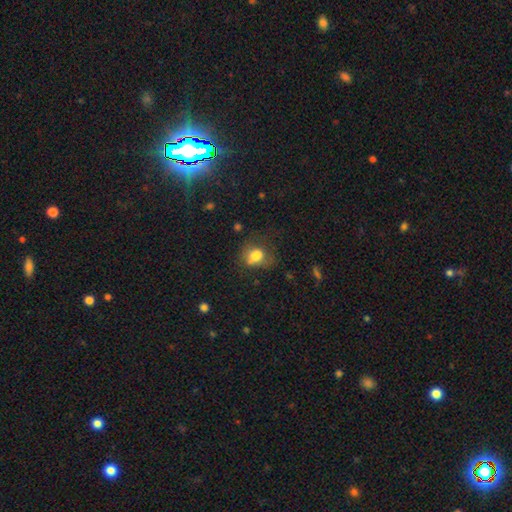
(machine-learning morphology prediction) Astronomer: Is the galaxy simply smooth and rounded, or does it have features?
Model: smooth — 74%.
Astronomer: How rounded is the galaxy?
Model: in between — 56% (runner-up: round, 43%).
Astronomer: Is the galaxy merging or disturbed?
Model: none — 42% (runner-up: minor disturbance, 28%).